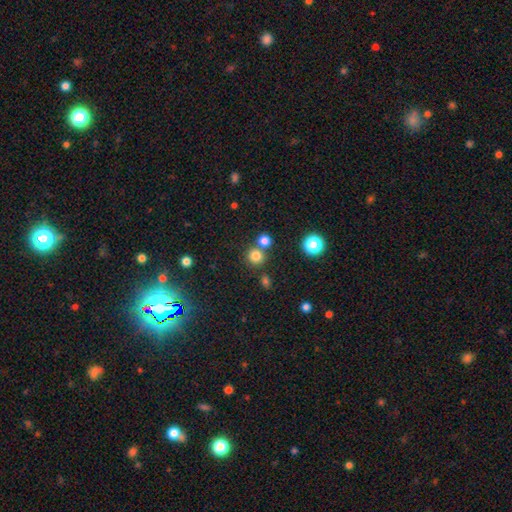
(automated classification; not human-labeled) Smooth or featured: smooth — 78% (star or artifact — 16%)
How rounded: round — 92% (in between — 7%)
Merging: none — 72% (merger — 18%)